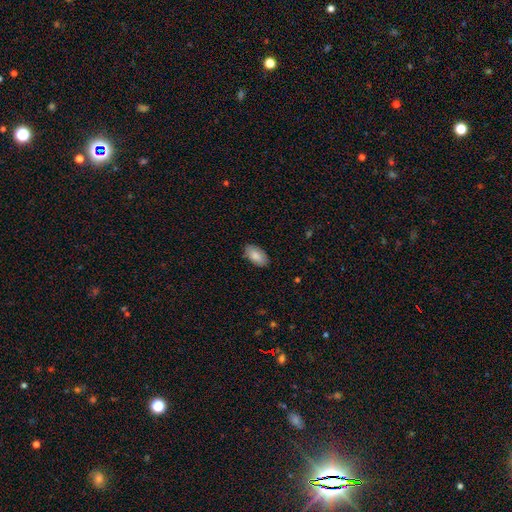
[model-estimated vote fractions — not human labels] Q: Smooth or featured?
A: smooth (85%); runner-up: featured or disk (9%)
Q: How rounded?
A: in between (95%); runner-up: round (3%)
Q: Merging?
A: none (85%); runner-up: minor disturbance (11%)